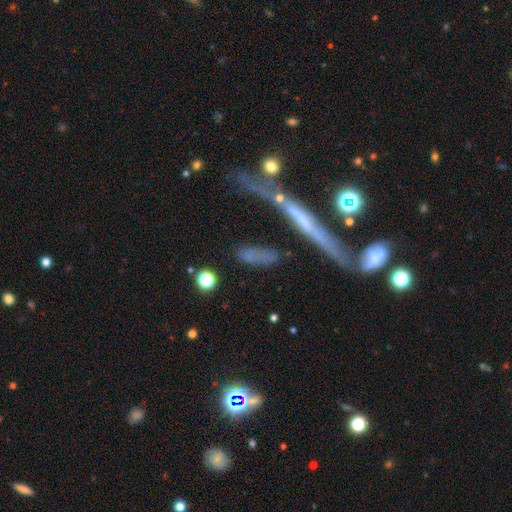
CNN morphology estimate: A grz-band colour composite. It shows a smooth galaxy with no disk features (47%). Merging: none (56%).